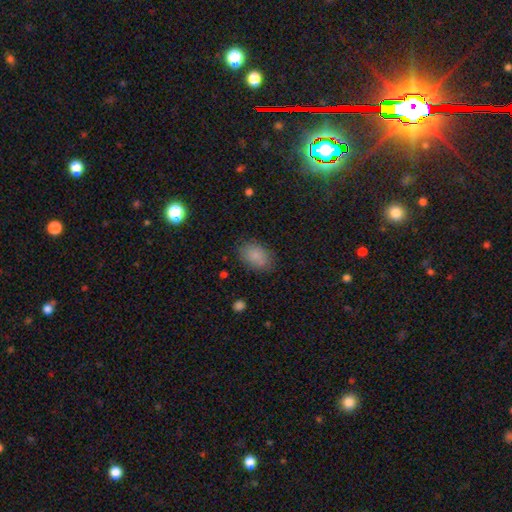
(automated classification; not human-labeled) smooth_or_featured: smooth (p=0.85) [alt: star or artifact p=0.09]
how_rounded: in between (p=0.85) [alt: round p=0.14]
merging: none (p=0.81) [alt: minor disturbance p=0.14]